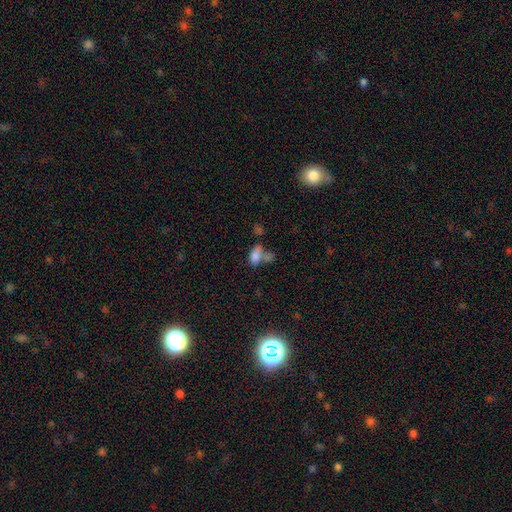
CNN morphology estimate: Smooth or featured? Predicted: smooth (p=0.77). How rounded? Predicted: in between (p=0.88). Merging? Predicted: merger (p=0.47).